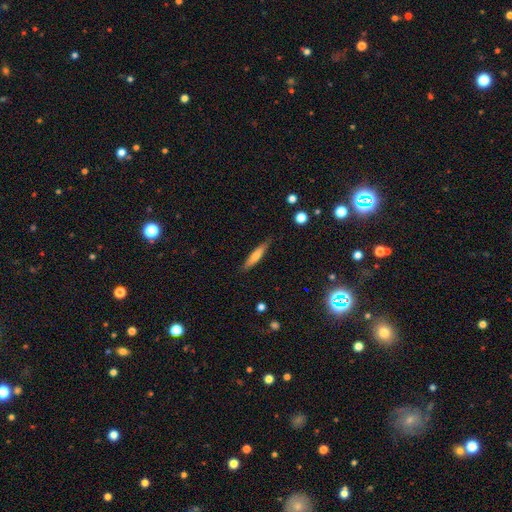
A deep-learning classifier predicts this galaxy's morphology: A smooth galaxy with no disk features (55%) that is cigar-shaped (89%).

Vote fractions:
- Smooth or featured? smooth: 55% / featured or disk: 38% / star or artifact: 7%
- How rounded? cigar-shaped: 89% / in between: 9% / round: 2%
- Merging? none: 86% / minor disturbance: 11% / major disturbance: 2% / merger: 1%